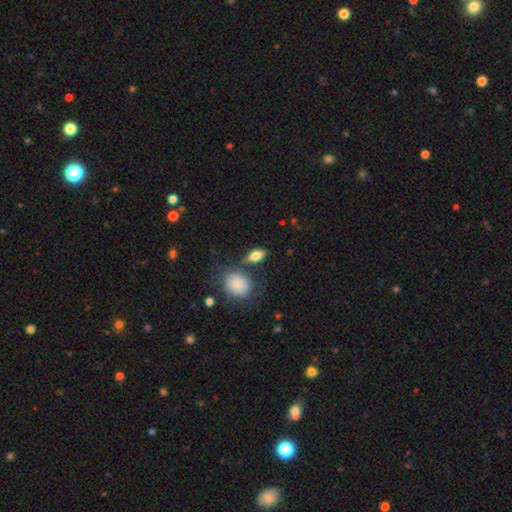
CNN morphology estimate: Q: Smooth or featured?
A: smooth (73%); runner-up: featured or disk (18%)
Q: How rounded?
A: in between (81%); runner-up: round (10%)
Q: Merging?
A: none (72%); runner-up: minor disturbance (15%)